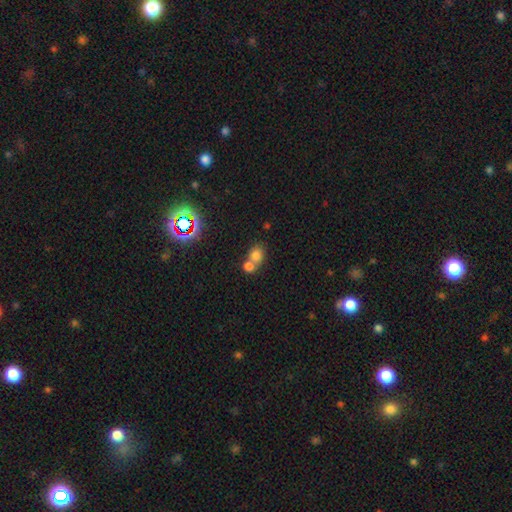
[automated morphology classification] Smooth or featured?
  - smooth: 75% *
  - star or artifact: 15%
  - featured or disk: 10%
How rounded?
  - round: 62% *
  - in between: 37%
  - cigar-shaped: 1%
Merging?
  - merger: 55% *
  - none: 36%
  - minor disturbance: 6%
  - major disturbance: 3%